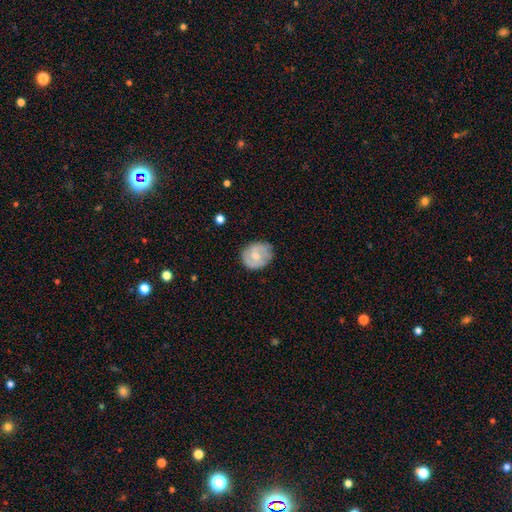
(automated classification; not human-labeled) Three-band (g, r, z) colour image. It shows a smooth galaxy with no disk features (49%). Merging: none (78%).